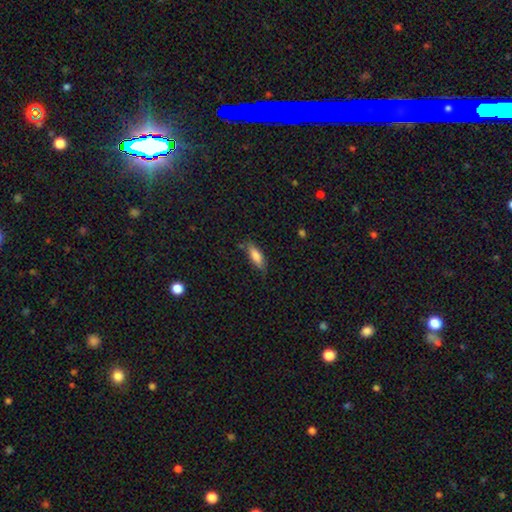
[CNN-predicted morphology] This appears to be a smooth galaxy with no disk features (79%) that is in between round and cigar-shaped (59%). Merging: none (74%).